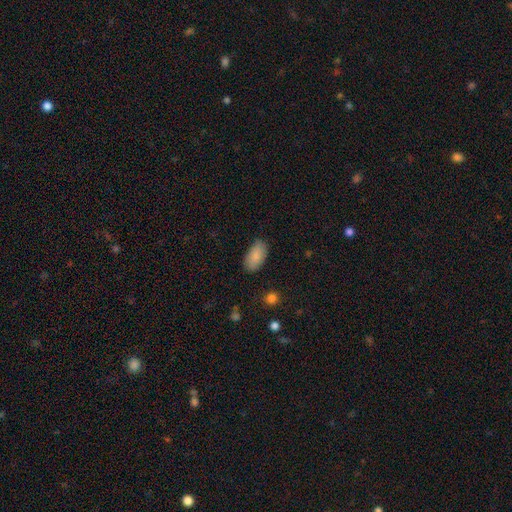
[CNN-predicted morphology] smooth 86%, featured or disk 7%, star or artifact 7%. Down the decision tree: how rounded — in between (94%); merging — none (81%).